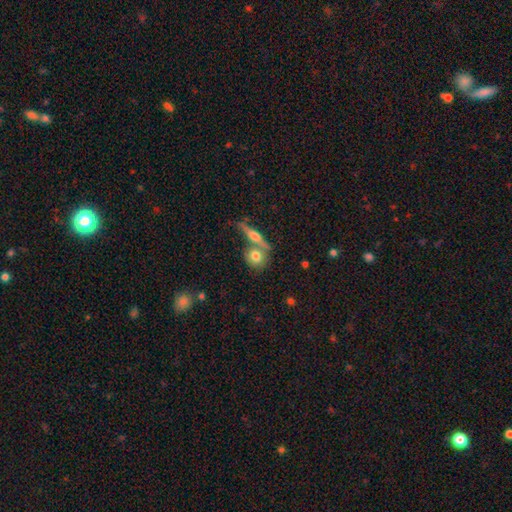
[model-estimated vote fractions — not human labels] Overall: smooth (71%). How rounded: round (68%). Merging: none (52%; merger 35%).